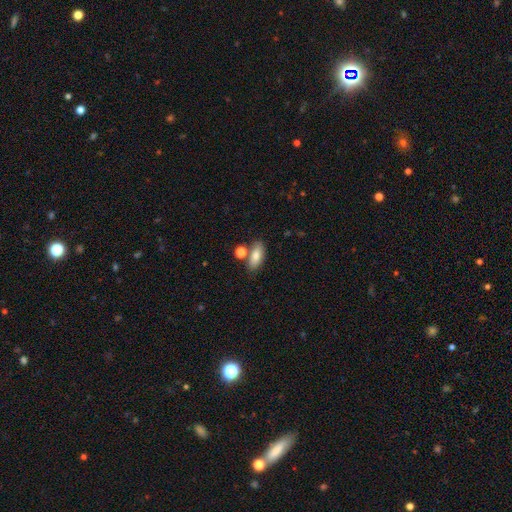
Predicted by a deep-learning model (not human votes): A smooth galaxy with no disk features (81%) that is in between round and cigar-shaped (84%). Merging: none (68%).